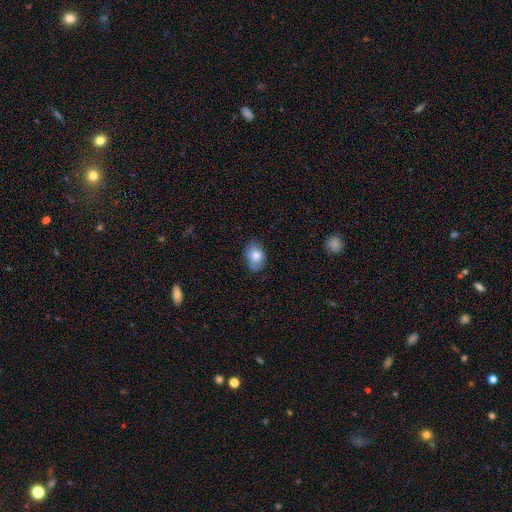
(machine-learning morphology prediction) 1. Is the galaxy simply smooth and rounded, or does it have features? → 79% smooth, 13% featured or disk, 8% star or artifact.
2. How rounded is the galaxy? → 81% in between, 17% round, 1% cigar-shaped.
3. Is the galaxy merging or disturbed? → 73% none, 22% minor disturbance, 4% major disturbance, 1% merger.